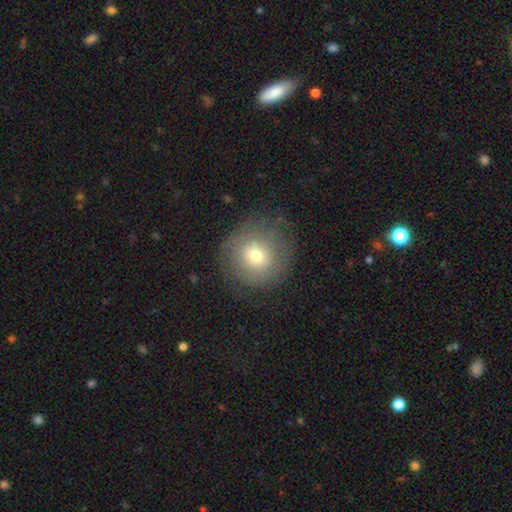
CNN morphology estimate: Smooth or featured: smooth — 67% (featured or disk — 21%)
How rounded: round — 92% (in between — 7%)
Merging: none — 79% (minor disturbance — 13%)